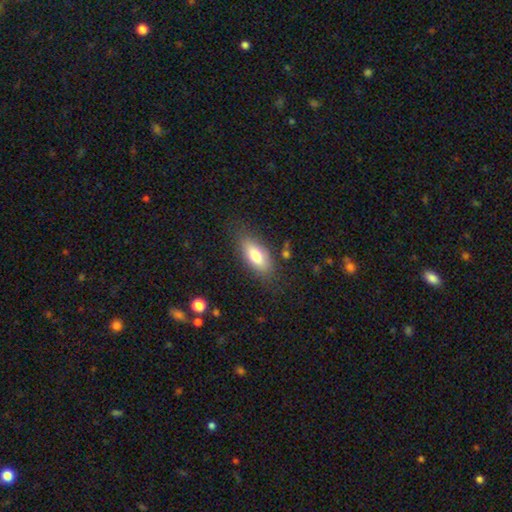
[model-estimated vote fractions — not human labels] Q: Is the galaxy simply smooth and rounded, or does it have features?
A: smooth — 74%.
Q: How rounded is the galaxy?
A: in between — 82%.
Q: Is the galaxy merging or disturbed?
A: none — 78%.